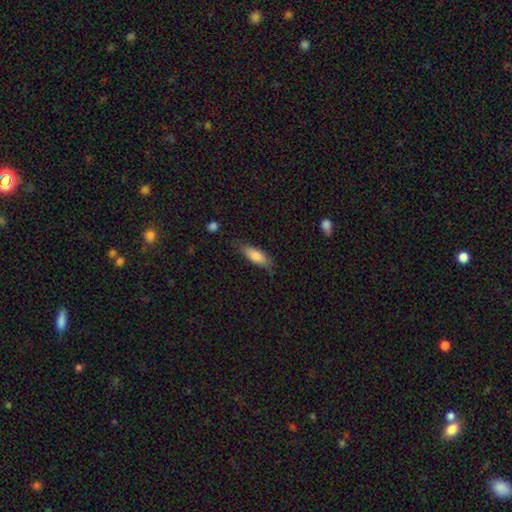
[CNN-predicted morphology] The model was most divided on "how rounded": in between: 64%, cigar-shaped: 34%, round: 2%. More confident: smooth or featured — smooth (80%); merging — none (72%).